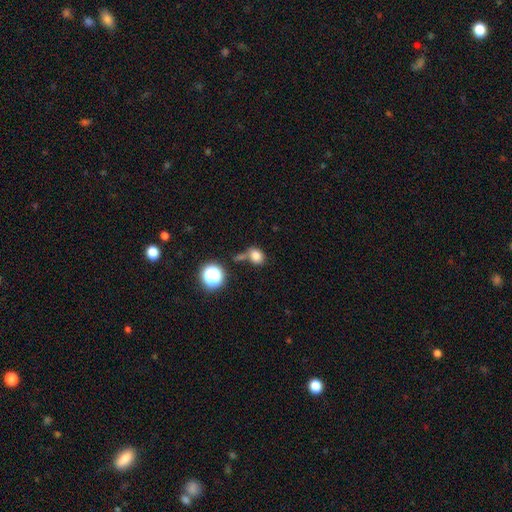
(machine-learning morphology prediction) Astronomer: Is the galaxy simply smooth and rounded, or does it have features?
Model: smooth — 79%.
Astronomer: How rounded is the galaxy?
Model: in between — 52% (runner-up: round, 46%).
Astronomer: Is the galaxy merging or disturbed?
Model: none — 53%.